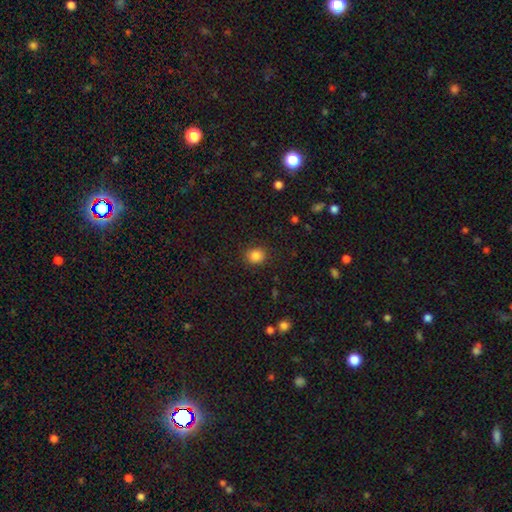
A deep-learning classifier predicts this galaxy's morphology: The model was most divided on "how rounded": round: 77%, in between: 22%, cigar-shaped: 1%. More confident: merging — none (88%); smooth or featured — smooth (84%).